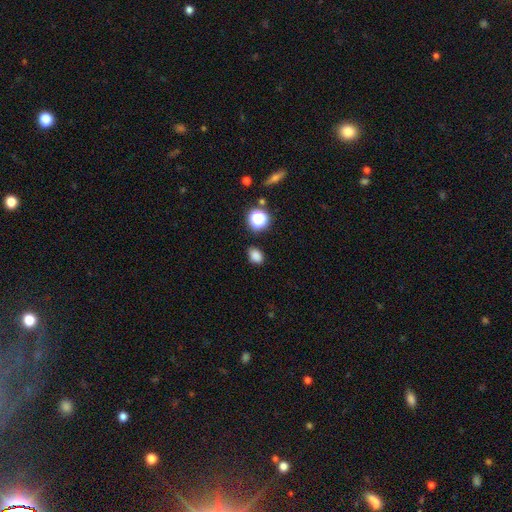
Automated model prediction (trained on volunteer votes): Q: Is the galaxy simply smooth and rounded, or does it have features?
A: smooth — 81%.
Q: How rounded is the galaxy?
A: in between — 70%.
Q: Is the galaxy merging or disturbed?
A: none — 84%.